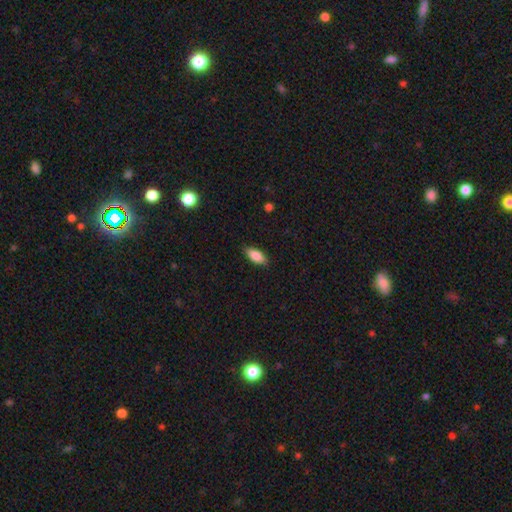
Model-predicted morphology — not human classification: A smooth galaxy with no disk features (86%) that is in between round and cigar-shaped (85%).

Vote fractions:
- Smooth or featured? smooth: 86% / featured or disk: 7% / star or artifact: 7%
- How rounded? in between: 85% / cigar-shaped: 12% / round: 2%
- Merging? none: 85% / minor disturbance: 11% / major disturbance: 2% / merger: 1%